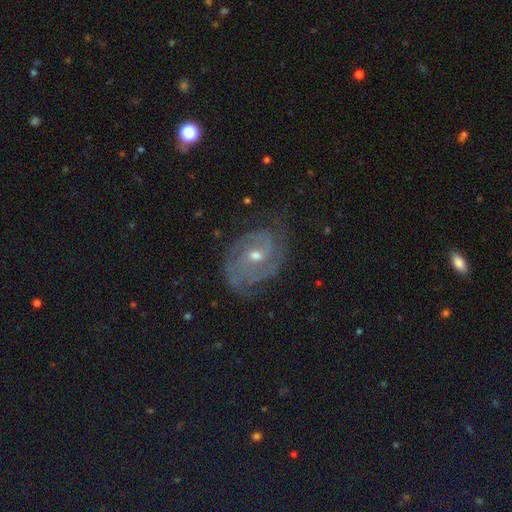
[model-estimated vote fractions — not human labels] Q: Smooth or featured?
A: featured or disk (88%); runner-up: smooth (7%)
Q: Edge-on disk?
A: no (97%); runner-up: yes (3%)
Q: Bar?
A: no (54%); runner-up: weak (38%)
Q: Spiral arms?
A: yes (96%); runner-up: no (4%)
Q: Spiral winding?
A: tight (57%); runner-up: medium (35%)
Q: Spiral arm count?
A: 2 (42%); runner-up: 3 (24%)
Q: Bulge size?
A: moderate (57%); runner-up: small (39%)
Q: Merging?
A: none (69%); runner-up: minor disturbance (21%)